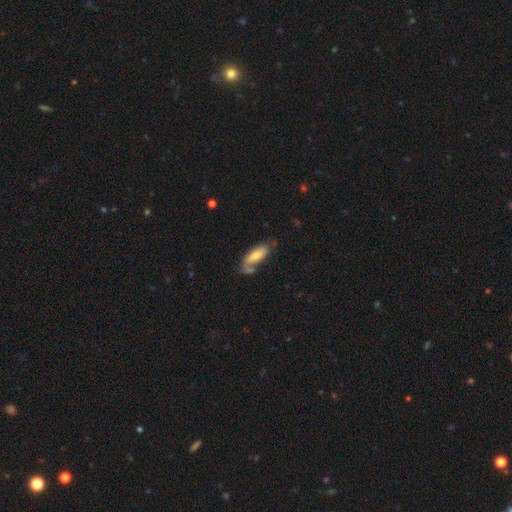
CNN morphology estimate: type=smooth (67%); roundness=in between (70%); merging=none (48%).